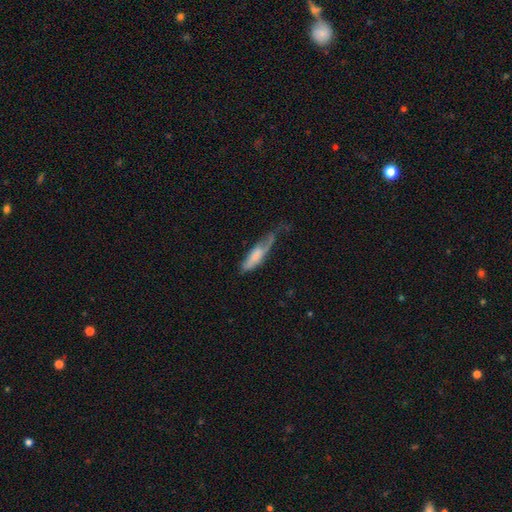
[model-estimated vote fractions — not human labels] A smooth galaxy with no disk features (58%) that is cigar-shaped (56%).

Vote fractions:
- Smooth or featured? smooth: 58% / featured or disk: 36% / star or artifact: 6%
- How rounded? cigar-shaped: 56% / in between: 42% / round: 2%
- Merging? minor disturbance: 34% / major disturbance: 32% / none: 30% / merger: 3%